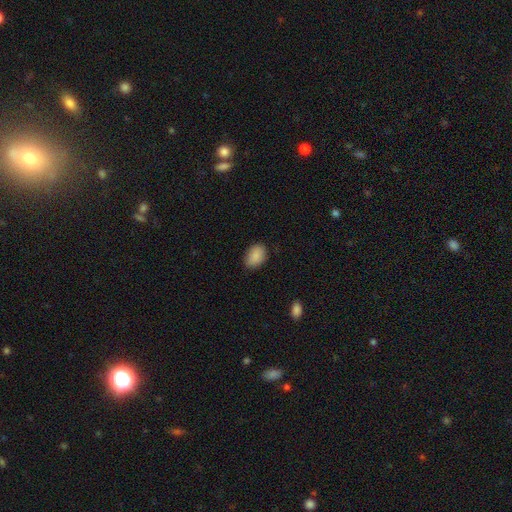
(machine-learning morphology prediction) smooth_or_featured: smooth (p=0.88) [alt: star or artifact p=0.07]
how_rounded: in between (p=0.85) [alt: round p=0.14]
merging: none (p=0.81) [alt: minor disturbance p=0.15]